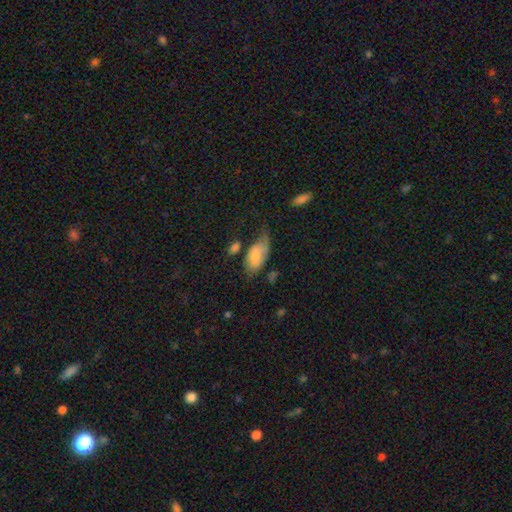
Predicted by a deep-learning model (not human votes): Smooth or featured: smooth — 73% (featured or disk — 20%)
How rounded: in between — 93% (cigar-shaped — 4%)
Merging: minor disturbance — 36% (none — 35%)